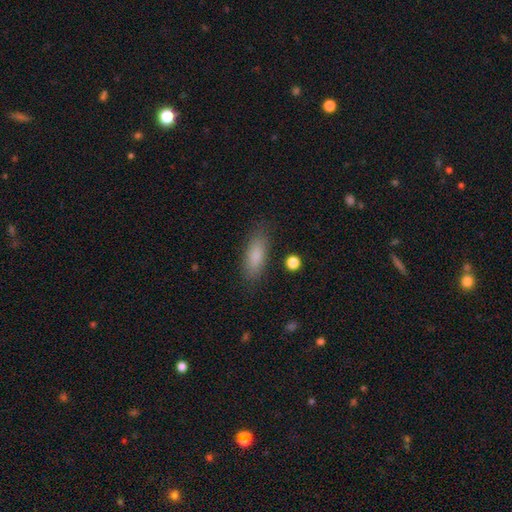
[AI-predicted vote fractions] smooth_or_featured: smooth (p=0.84) [alt: featured or disk p=0.09]
how_rounded: in between (p=0.70) [alt: cigar-shaped p=0.28]
merging: none (p=0.83) [alt: minor disturbance p=0.12]